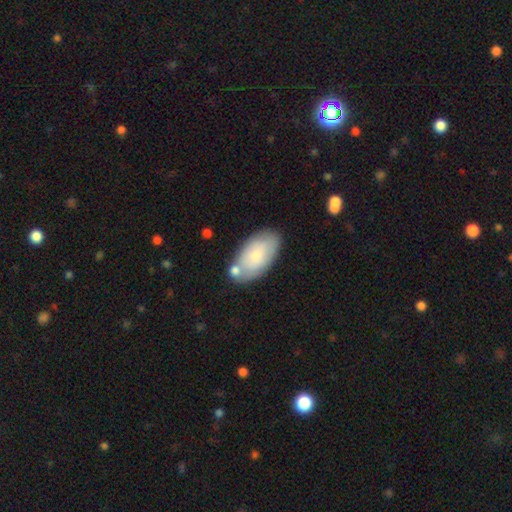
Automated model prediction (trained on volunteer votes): Smooth or featured? smooth (69%)
How rounded? in between (95%)
Merging? none (65%)